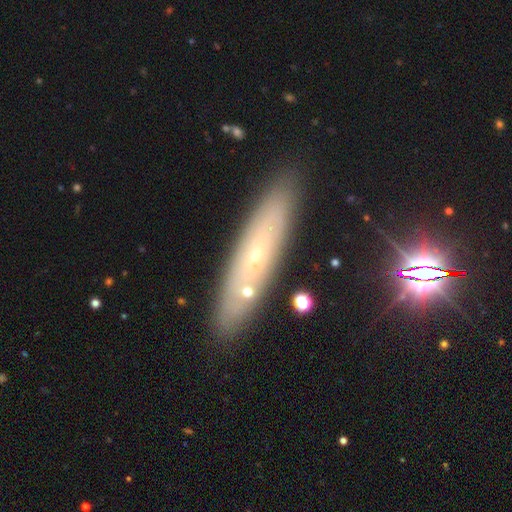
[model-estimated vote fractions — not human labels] This is possibly a featured or disk galaxy (51%). It is possibly viewed edge-on (53%). Merging: clearly none (85%).